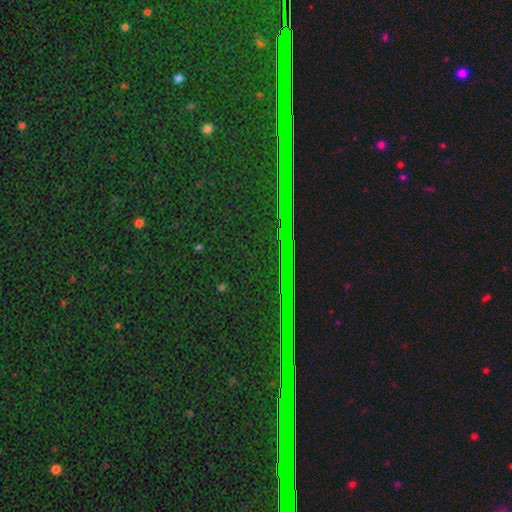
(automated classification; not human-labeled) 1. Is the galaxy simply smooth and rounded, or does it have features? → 86% star or artifact, 7% smooth, 7% featured or disk.